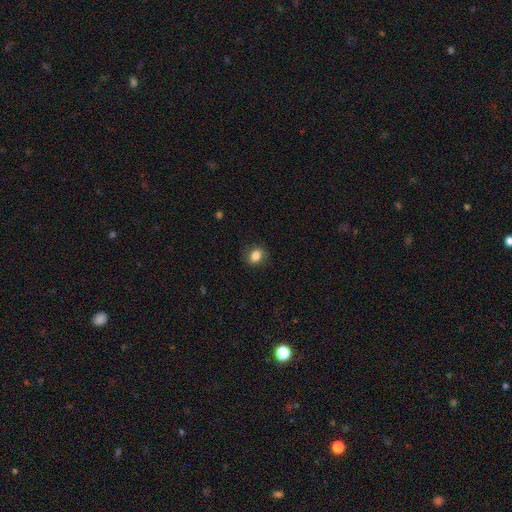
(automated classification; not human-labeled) Overall: smooth (84%). How rounded: round (55%; in between 44%). Merging: none (83%).